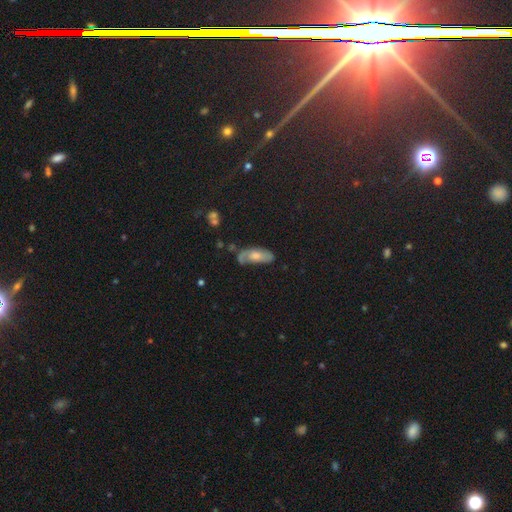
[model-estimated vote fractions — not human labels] Q: Smooth or featured?
A: smooth (51%); runner-up: featured or disk (41%)
Q: How rounded?
A: in between (81%); runner-up: cigar-shaped (15%)
Q: Merging?
A: none (46%); runner-up: minor disturbance (32%)